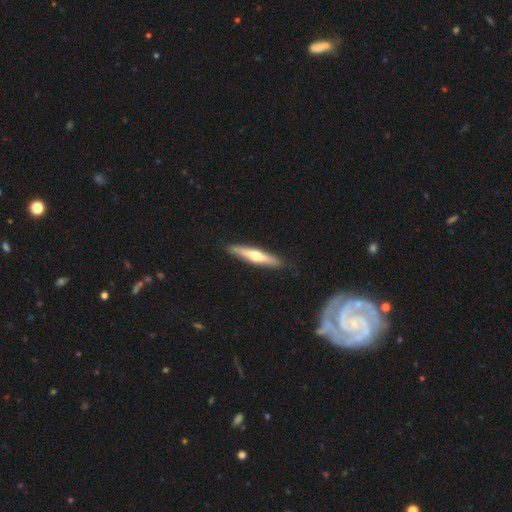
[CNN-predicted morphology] smooth-or-featured: featured or disk: 55% | smooth: 40% | star or artifact: 5%
  disk-edge-on: yes: 95% | no: 5%
    edge-on-bulge: rounded: 90% | none: 7% | boxy: 3%
  merging: none: 90% | minor disturbance: 7% | major disturbance: 1% | merger: 1%